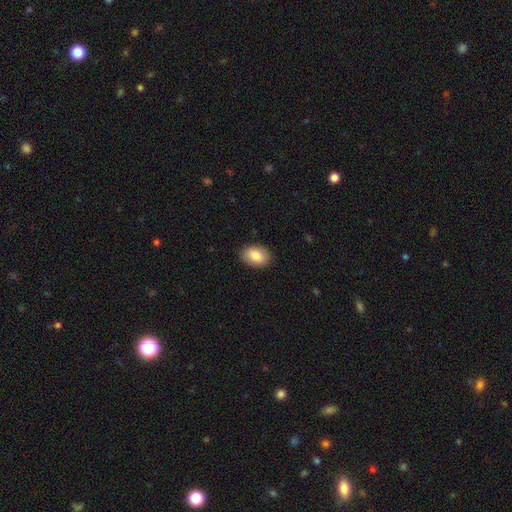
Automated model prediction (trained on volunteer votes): Smooth or featured: smooth — 83% (featured or disk — 10%)
How rounded: in between — 78% (round — 20%)
Merging: none — 89% (minor disturbance — 9%)